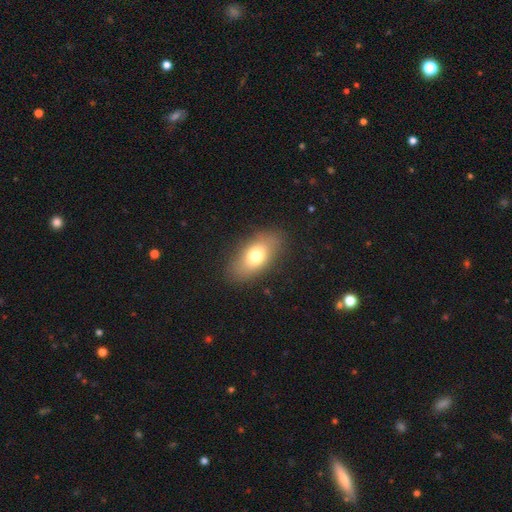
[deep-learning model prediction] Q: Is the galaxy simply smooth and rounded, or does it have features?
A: smooth — 73%.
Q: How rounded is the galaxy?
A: in between — 88%.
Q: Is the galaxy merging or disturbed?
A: none — 84%.